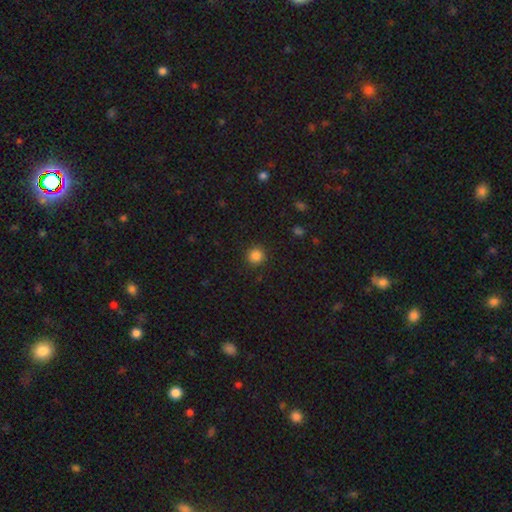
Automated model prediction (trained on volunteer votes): smooth_or_featured: smooth (p=0.85) [alt: star or artifact p=0.11]
how_rounded: round (p=0.94) [alt: in between p=0.05]
merging: none (p=0.91) [alt: minor disturbance p=0.06]